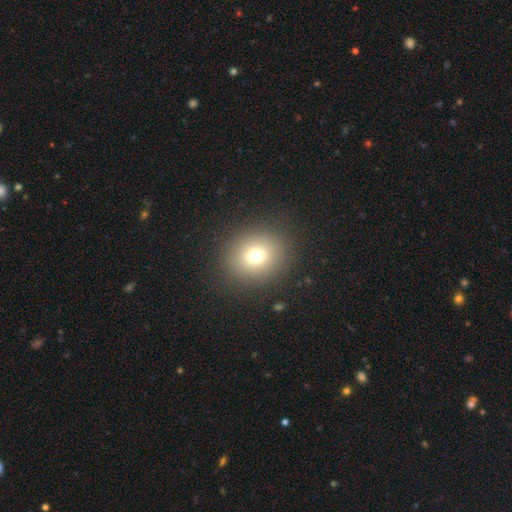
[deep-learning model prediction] Morphology: type=smooth (74%); roundness=round (80%); merging=none (89%).